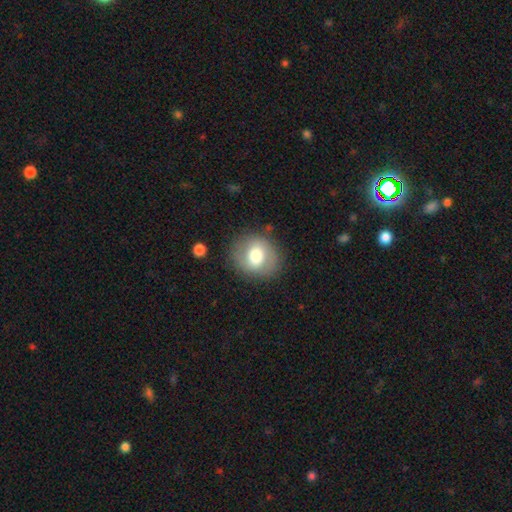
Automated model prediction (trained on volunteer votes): smooth 63%, featured or disk 29%, star or artifact 8%. Down the decision tree: how rounded — round (74%); merging — none (82%).